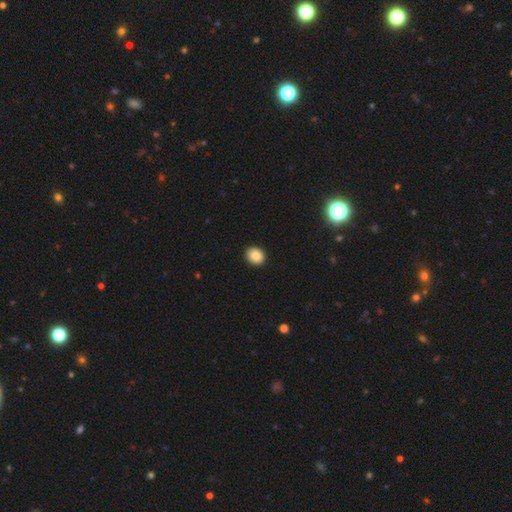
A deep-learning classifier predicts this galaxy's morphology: Smooth or featured? smooth (87%)
How rounded? round (62%)
Merging? none (92%)